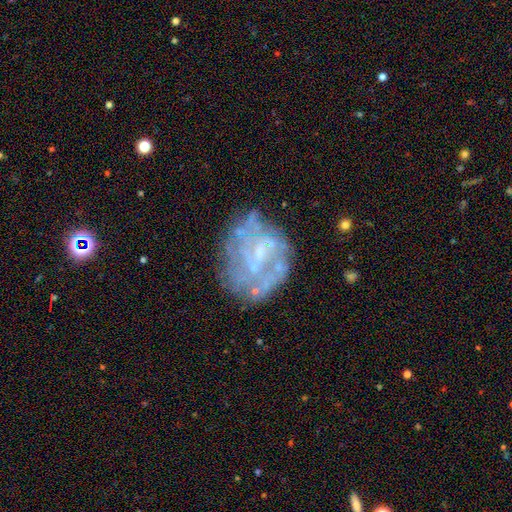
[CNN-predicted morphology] Smooth or featured? Predicted: featured or disk (p=0.71). Edge-on disk? Predicted: no (p=0.98). Bar? Predicted: no (p=0.53). Spiral arms? Predicted: yes (p=0.53). Bulge size? Predicted: small (p=0.50). Merging? Predicted: none (p=0.64).